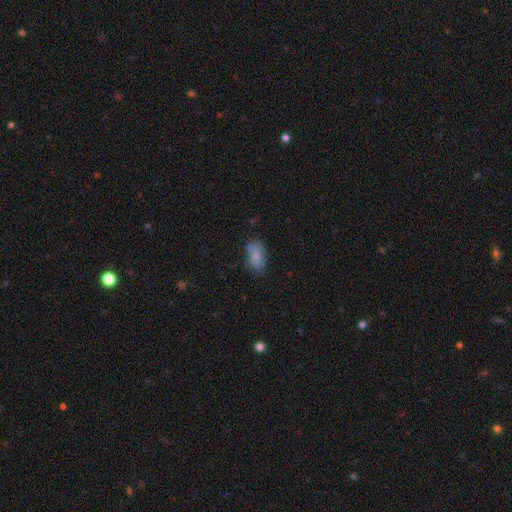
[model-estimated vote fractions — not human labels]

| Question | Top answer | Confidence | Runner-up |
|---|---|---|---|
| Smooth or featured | smooth | 81% | featured or disk (11%) |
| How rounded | in between | 90% | round (5%) |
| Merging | none | 62% | minor disturbance (25%) |